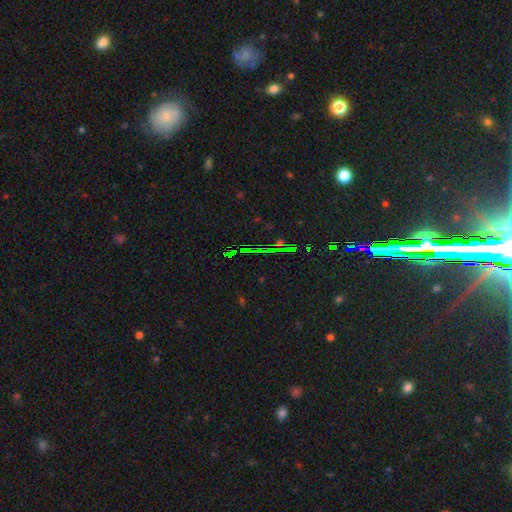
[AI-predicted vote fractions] Morphology: type=star or artifact (78%).